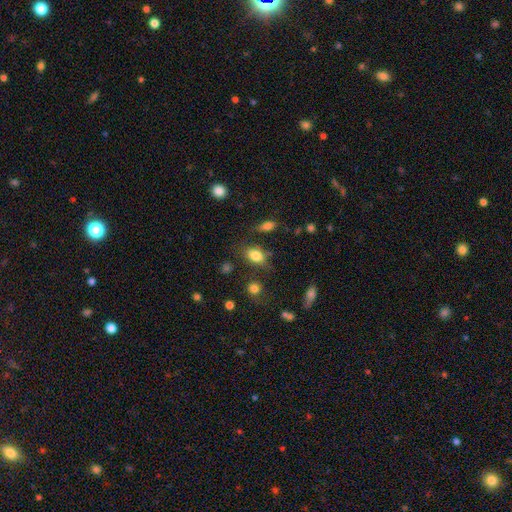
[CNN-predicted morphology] A smooth galaxy with no disk features (81%) that is in between round and cigar-shaped (84%). Merging: none (68%).